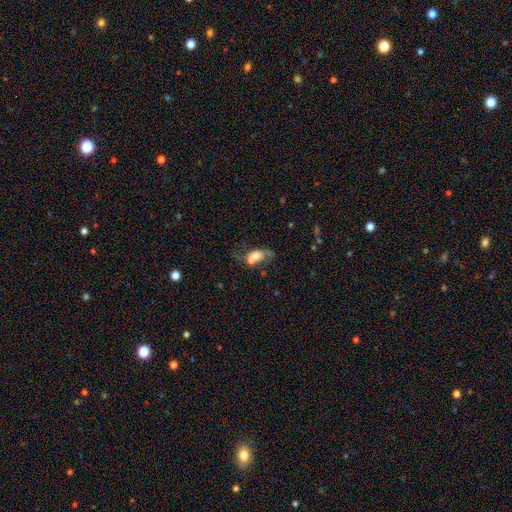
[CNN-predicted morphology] Smooth or featured: smooth — 58% (featured or disk — 30%)
How rounded: in between — 79% (round — 15%)
Merging: merger — 42% (none — 24%)